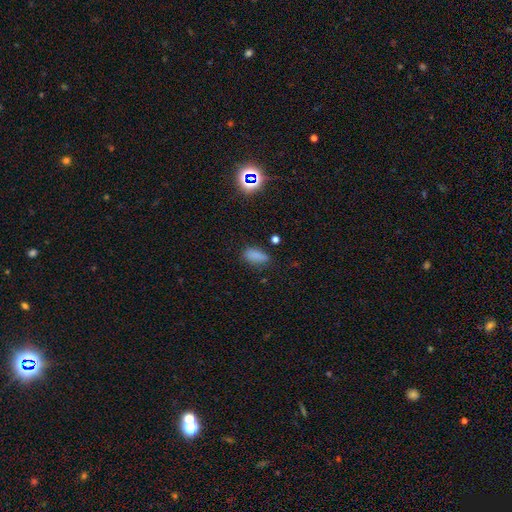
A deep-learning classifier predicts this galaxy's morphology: type=smooth (81%); roundness=in between (82%); merging=none (73%).